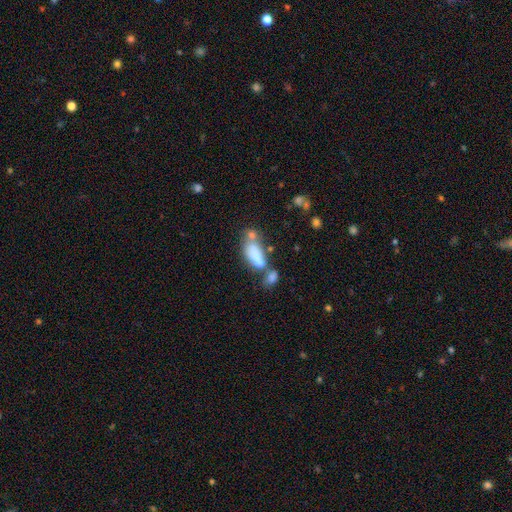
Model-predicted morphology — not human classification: A smooth galaxy with no disk features (73%) that is in between round and cigar-shaped (79%). Merging: merger (51%).